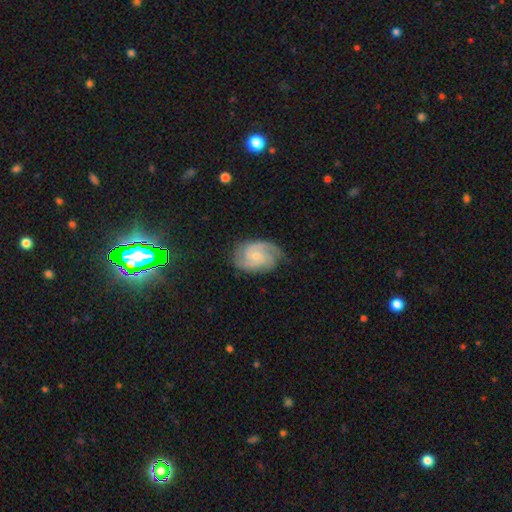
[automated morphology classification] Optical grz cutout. It shows a featured or disk galaxy (86%) with no bar (58%), 2 (50%) tight (55%) spiral arms (98%) and a small central bulge (66%). Merging: none (74%).